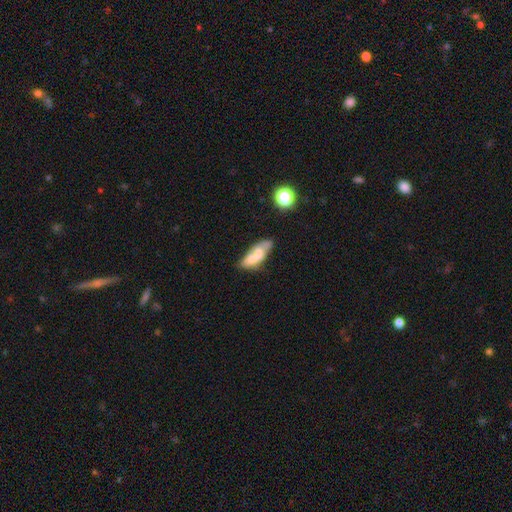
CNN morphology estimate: This appears to be a smooth galaxy with no disk features (52%) that is in between round and cigar-shaped (77%). Merging: merger (41%).